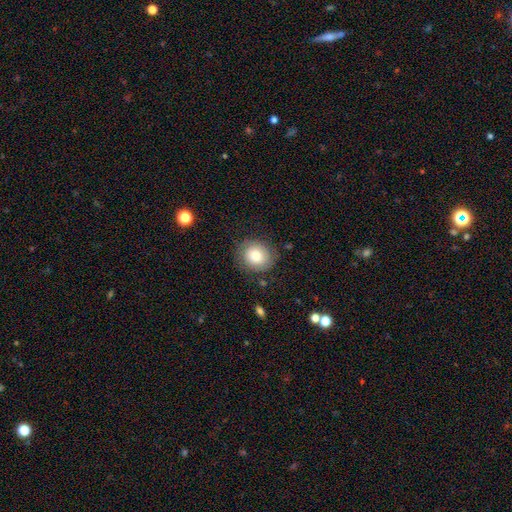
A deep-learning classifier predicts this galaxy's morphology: This is likely a smooth galaxy (70%). How rounded: likely round (80%). Merging: likely none (78%).